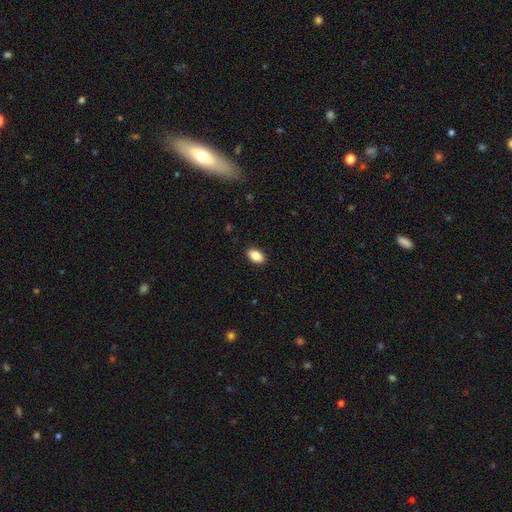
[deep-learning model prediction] Smooth or featured: smooth — 85% (star or artifact — 8%)
How rounded: in between — 91% (round — 7%)
Merging: none — 90% (minor disturbance — 7%)